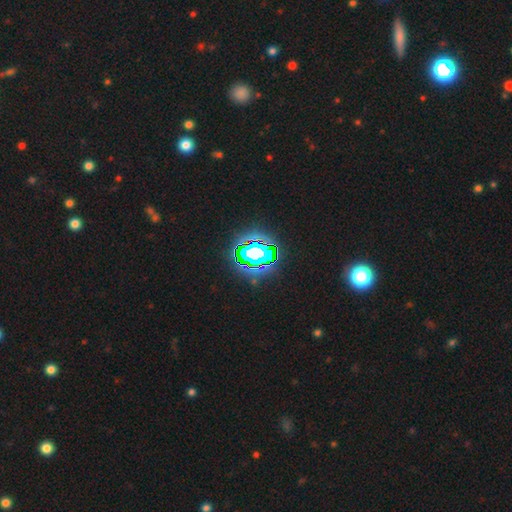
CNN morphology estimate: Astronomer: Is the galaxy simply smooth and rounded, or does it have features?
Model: star or artifact — 79%.